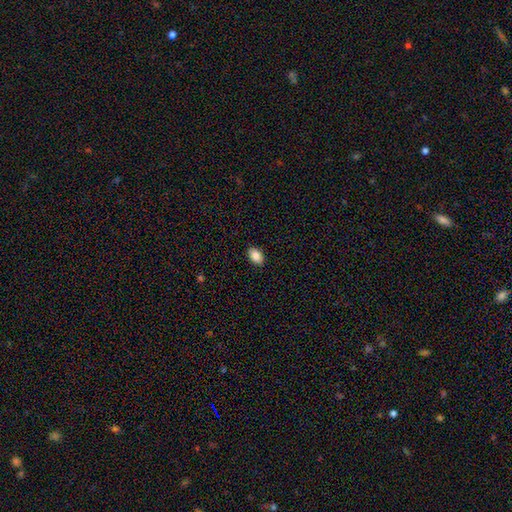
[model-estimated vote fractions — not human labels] The model was most divided on "smooth or featured": smooth: 87%, star or artifact: 8%, featured or disk: 5%. More confident: how rounded — in between (90%); merging — none (90%).